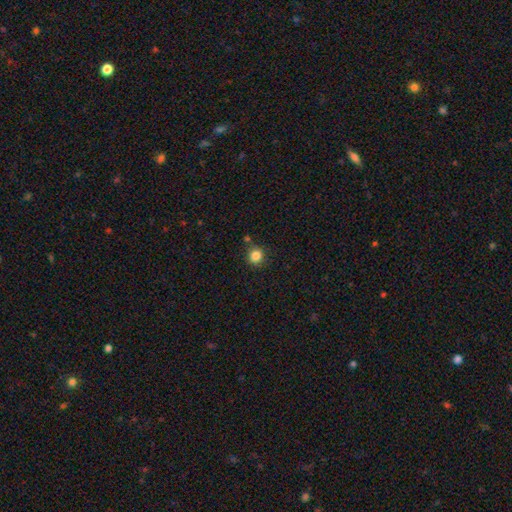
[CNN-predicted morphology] Smooth or featured? smooth (84%)
How rounded? round (90%)
Merging? none (82%)